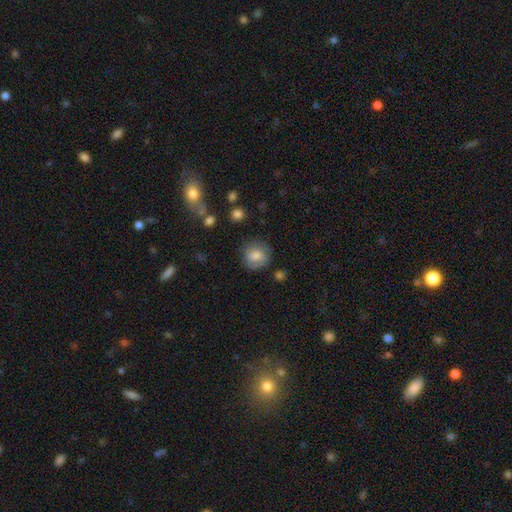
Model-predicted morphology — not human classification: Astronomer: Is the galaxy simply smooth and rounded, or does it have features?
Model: smooth — 68%.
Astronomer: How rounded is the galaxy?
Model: round — 85%.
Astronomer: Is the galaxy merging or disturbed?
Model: none — 76%.